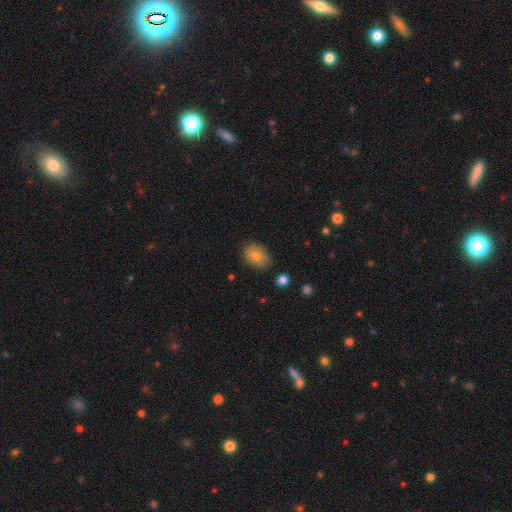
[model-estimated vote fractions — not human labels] Q: Smooth or featured?
A: smooth (77%); runner-up: featured or disk (14%)
Q: How rounded?
A: in between (69%); runner-up: round (30%)
Q: Merging?
A: none (83%); runner-up: minor disturbance (13%)